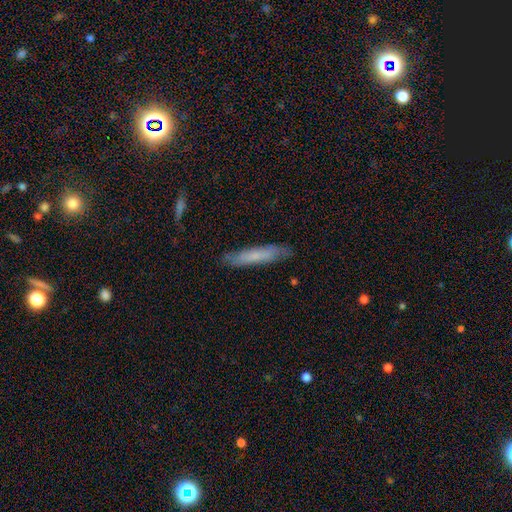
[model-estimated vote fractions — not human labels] Smooth or featured?
  - smooth: 66% *
  - featured or disk: 28%
  - star or artifact: 7%
How rounded?
  - cigar-shaped: 89% *
  - in between: 9%
  - round: 1%
Merging?
  - none: 82% *
  - minor disturbance: 14%
  - major disturbance: 3%
  - merger: 1%